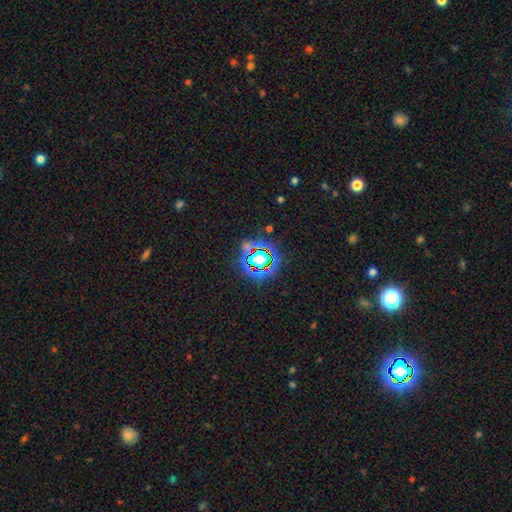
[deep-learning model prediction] A star or artifact, not a galaxy (75%).